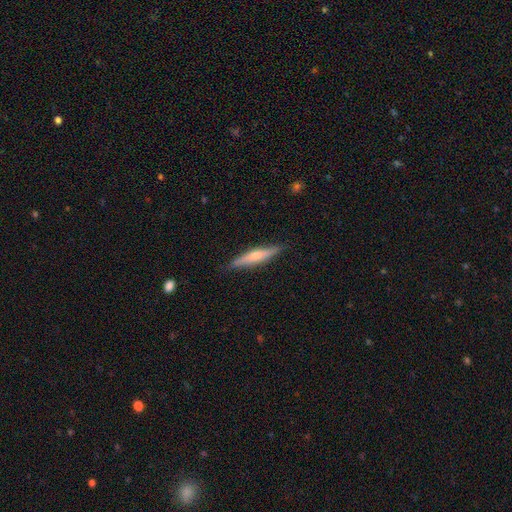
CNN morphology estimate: Overall: smooth (50%; featured or disk 45%). Merging: none (87%).